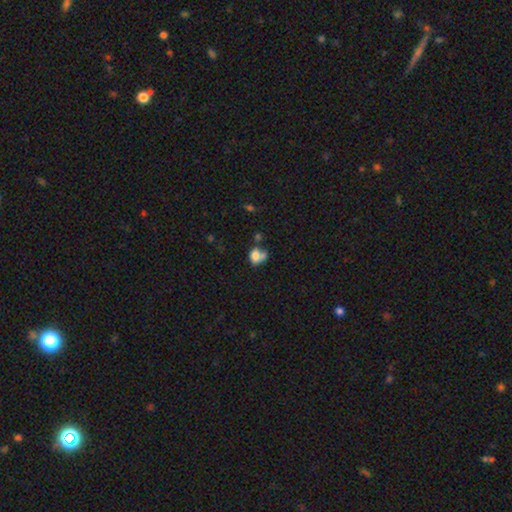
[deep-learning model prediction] This is likely a smooth galaxy (74%). How rounded: likely in between (63%). Merging: possibly merger (46%).